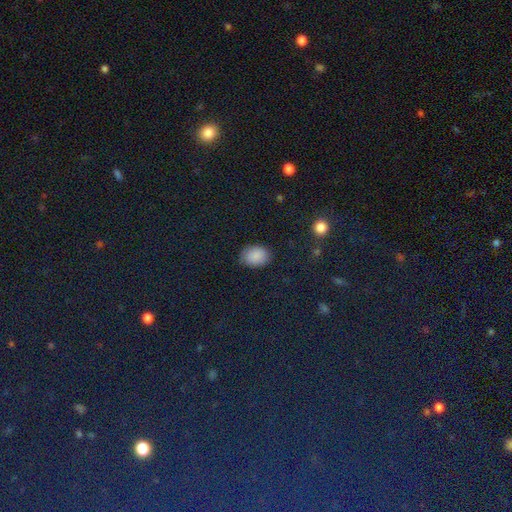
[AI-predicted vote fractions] Smooth or featured? Predicted: smooth (p=0.85). How rounded? Predicted: in between (p=0.73). Merging? Predicted: none (p=0.81).